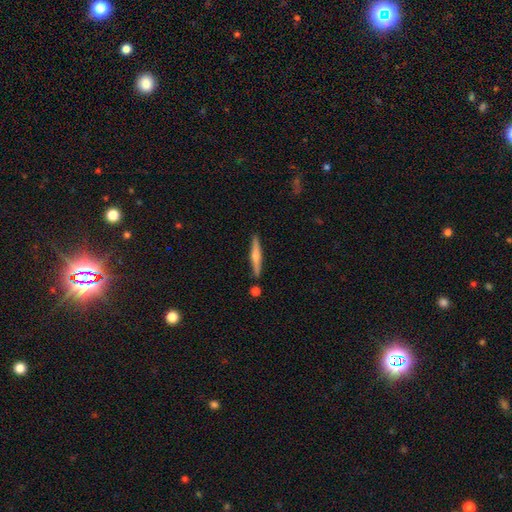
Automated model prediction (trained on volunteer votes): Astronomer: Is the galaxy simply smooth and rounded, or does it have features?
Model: featured or disk — 58% (runner-up: smooth, 37%).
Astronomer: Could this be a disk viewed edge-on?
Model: yes — 97%.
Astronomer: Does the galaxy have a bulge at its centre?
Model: rounded — 83%.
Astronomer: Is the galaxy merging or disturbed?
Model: none — 87%.